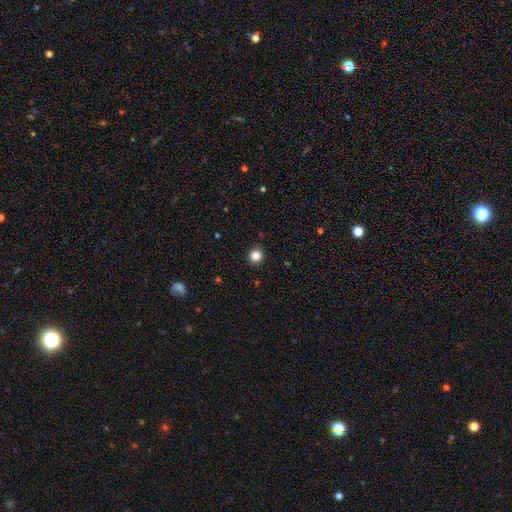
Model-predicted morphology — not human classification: Smooth or featured? Predicted: smooth (p=0.85). How rounded? Predicted: round (p=0.88). Merging? Predicted: none (p=0.91).